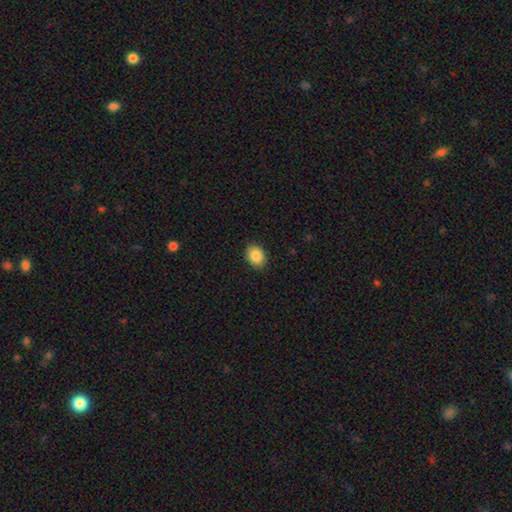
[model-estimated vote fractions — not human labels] The model was most divided on "how rounded": in between: 61%, round: 38%, cigar-shaped: 1%. More confident: merging — none (90%); smooth or featured — smooth (87%).